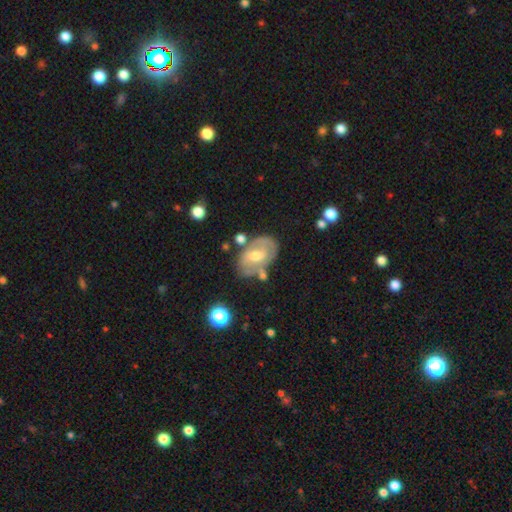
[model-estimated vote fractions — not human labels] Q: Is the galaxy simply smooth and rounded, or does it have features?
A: featured or disk — 64%.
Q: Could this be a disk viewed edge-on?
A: no — 94%.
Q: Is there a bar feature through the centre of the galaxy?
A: weak — 43%.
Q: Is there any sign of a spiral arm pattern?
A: yes — 61%.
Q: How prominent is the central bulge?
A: moderate — 61%.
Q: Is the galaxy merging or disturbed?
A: none — 58%.